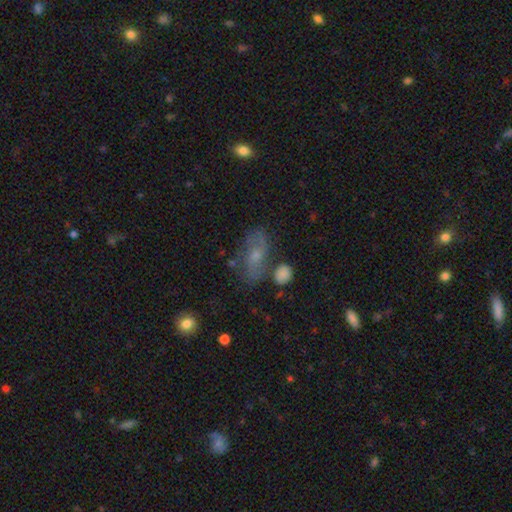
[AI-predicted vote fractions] smooth-or-featured: featured or disk: 45% | smooth: 42% | star or artifact: 13%
  merging: none: 59% | minor disturbance: 21% | major disturbance: 11% | merger: 9%